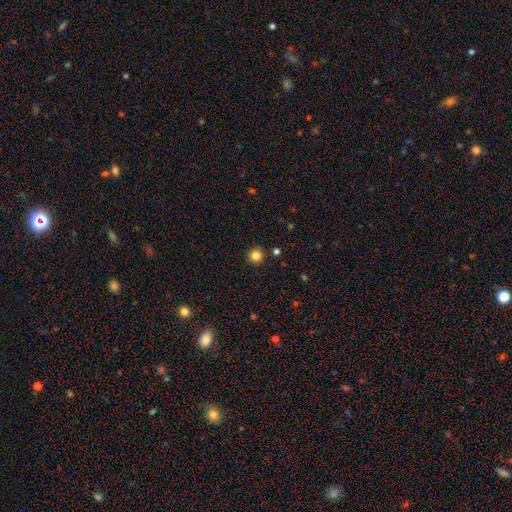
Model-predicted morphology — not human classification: smooth 83%, star or artifact 12%, featured or disk 5%. Down the decision tree: how rounded — round (96%); merging — none (91%).